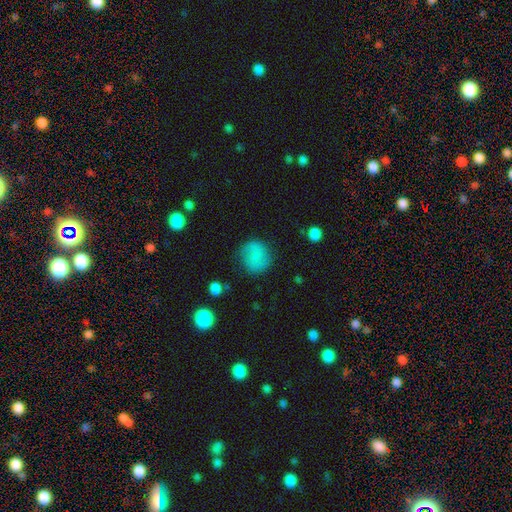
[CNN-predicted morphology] This is likely a smooth galaxy (68%). How rounded: clearly round (86%). Merging: likely none (76%).